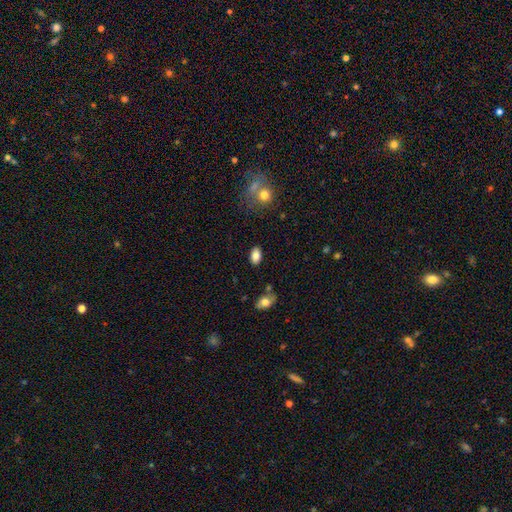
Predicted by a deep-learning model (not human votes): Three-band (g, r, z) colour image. It shows a smooth galaxy with no disk features (83%) that is in between round and cigar-shaped (90%). Merging: none (86%).